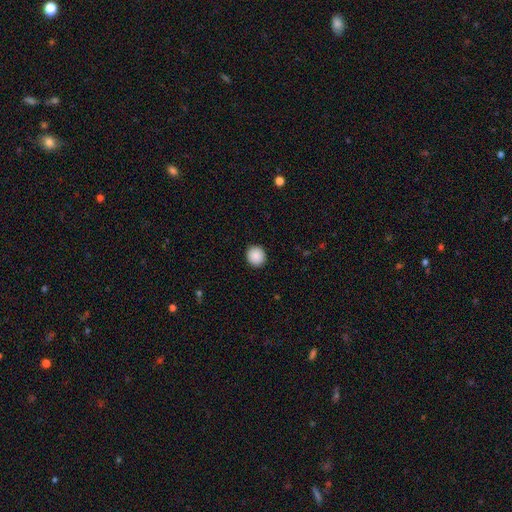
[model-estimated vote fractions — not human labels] This appears to be a smooth galaxy with no disk features (89%) that is round (90%). Merging: none (92%).